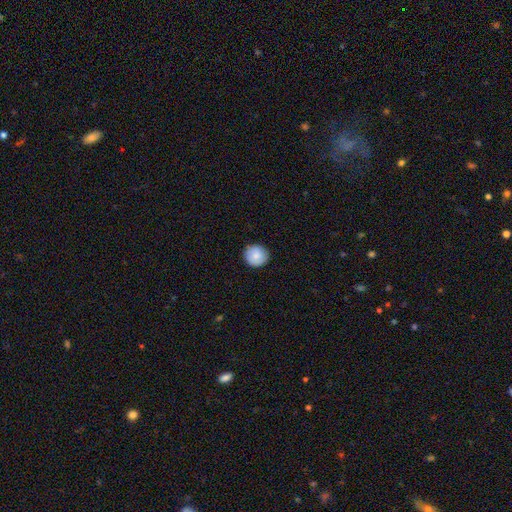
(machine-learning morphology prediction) Smooth or featured: smooth — 84% (featured or disk — 9%)
How rounded: round — 93% (in between — 6%)
Merging: none — 90% (minor disturbance — 7%)